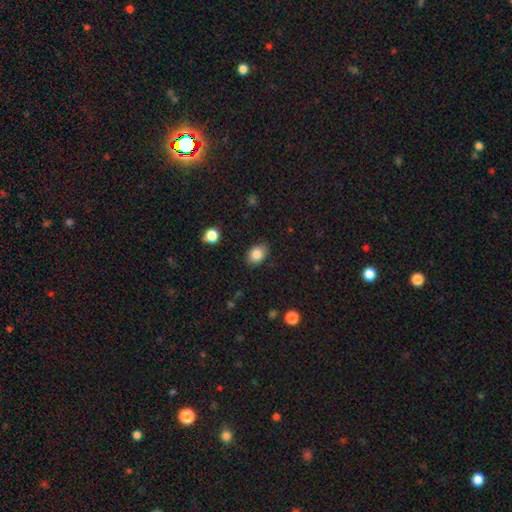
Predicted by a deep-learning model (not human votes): The model was most divided on "how rounded": in between: 66%, round: 33%, cigar-shaped: 1%. More confident: merging — none (85%); smooth or featured — smooth (85%).